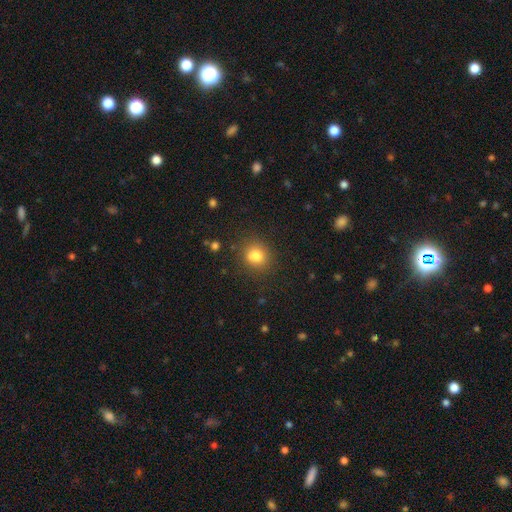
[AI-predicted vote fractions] A smooth galaxy with no disk features (79%) that is round (75%).

Vote fractions:
- Smooth or featured? smooth: 79% / star or artifact: 13% / featured or disk: 8%
- How rounded? round: 75% / in between: 24% / cigar-shaped: 1%
- Merging? none: 75% / minor disturbance: 13% / merger: 8% / major disturbance: 4%